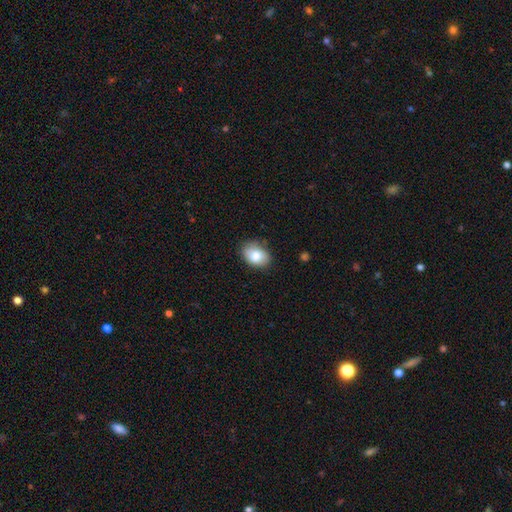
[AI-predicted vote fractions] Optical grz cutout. It shows a smooth galaxy with no disk features (82%) that is in between round and cigar-shaped (78%). Merging: none (79%).